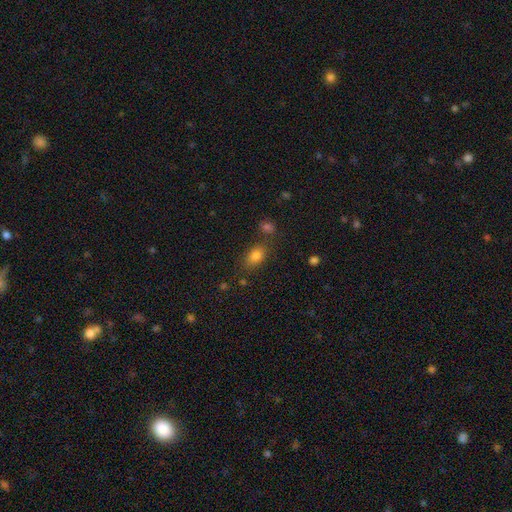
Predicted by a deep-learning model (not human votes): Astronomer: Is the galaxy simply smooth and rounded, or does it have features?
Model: smooth — 81%.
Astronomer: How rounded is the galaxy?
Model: in between — 80%.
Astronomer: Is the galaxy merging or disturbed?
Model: none — 71%.